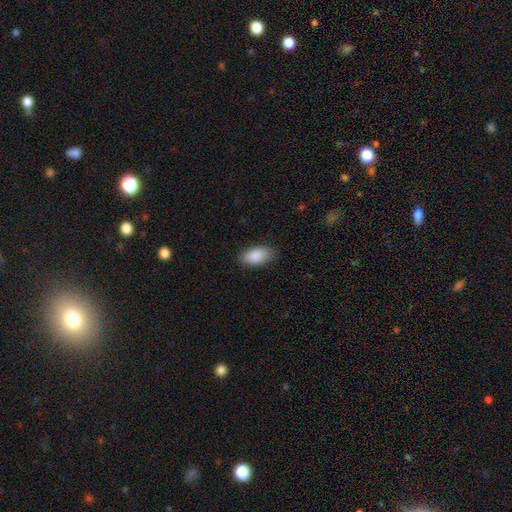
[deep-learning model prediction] The model was most divided on "merging": none: 86%, minor disturbance: 10%, major disturbance: 2%, merger: 1%. More confident: how rounded — in between (94%); smooth or featured — smooth (90%).